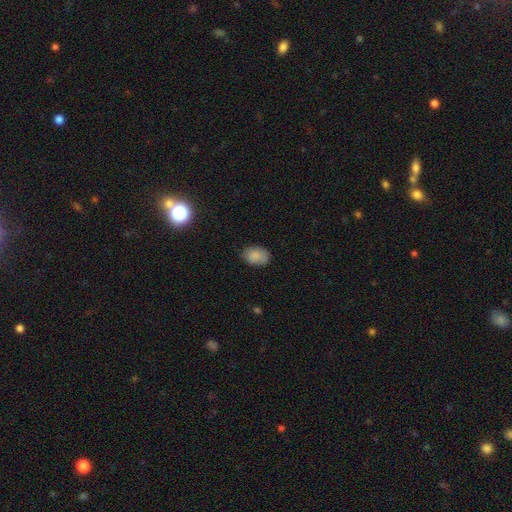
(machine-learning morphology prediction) smooth 85%, star or artifact 9%, featured or disk 6%. Down the decision tree: how rounded — in between (78%); merging — none (79%).